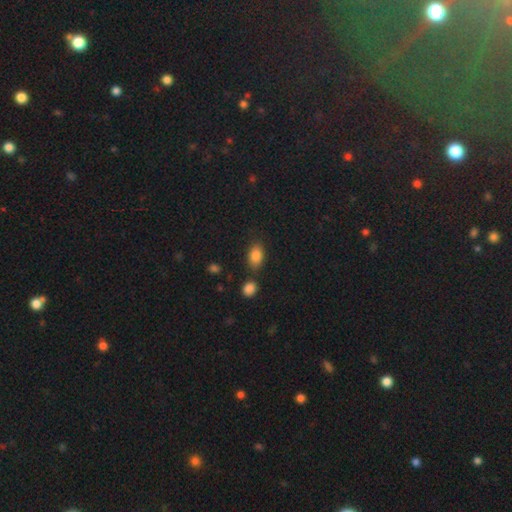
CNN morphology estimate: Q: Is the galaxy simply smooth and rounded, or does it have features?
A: smooth — 85%.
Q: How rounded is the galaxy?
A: in between — 86%.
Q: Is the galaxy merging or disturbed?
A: none — 74%.